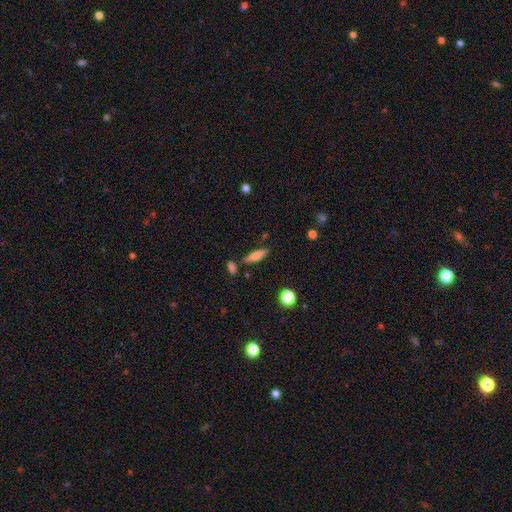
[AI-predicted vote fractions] Smooth or featured: smooth — 65% (featured or disk — 28%)
How rounded: cigar-shaped — 68% (in between — 29%)
Merging: none — 78% (minor disturbance — 11%)